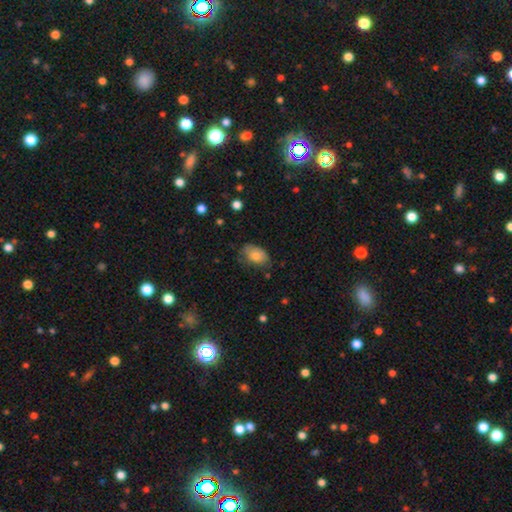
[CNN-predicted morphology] Q: Smooth or featured?
A: smooth (78%); runner-up: featured or disk (15%)
Q: How rounded?
A: in between (88%); runner-up: round (11%)
Q: Merging?
A: none (59%); runner-up: minor disturbance (31%)